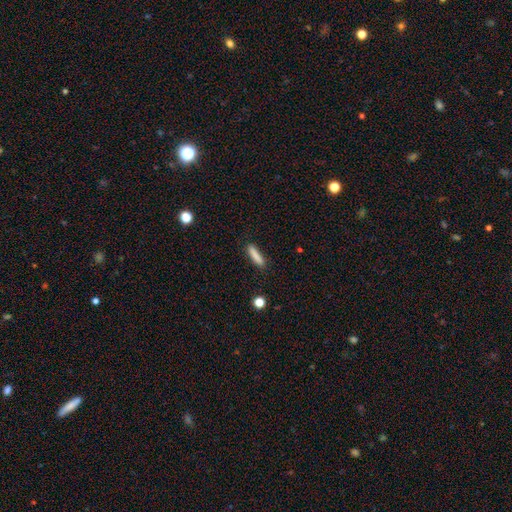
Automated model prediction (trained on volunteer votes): Smooth or featured: smooth — 84% (featured or disk — 9%)
How rounded: cigar-shaped — 82% (in between — 16%)
Merging: none — 85% (minor disturbance — 10%)